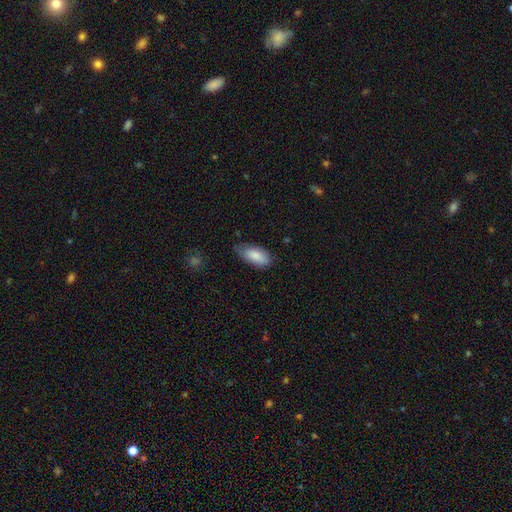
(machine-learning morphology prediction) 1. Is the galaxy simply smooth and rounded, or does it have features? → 86% smooth, 8% featured or disk, 6% star or artifact.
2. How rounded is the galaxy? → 89% in between, 9% cigar-shaped, 2% round.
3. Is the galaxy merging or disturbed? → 64% none, 30% minor disturbance, 5% major disturbance, 1% merger.